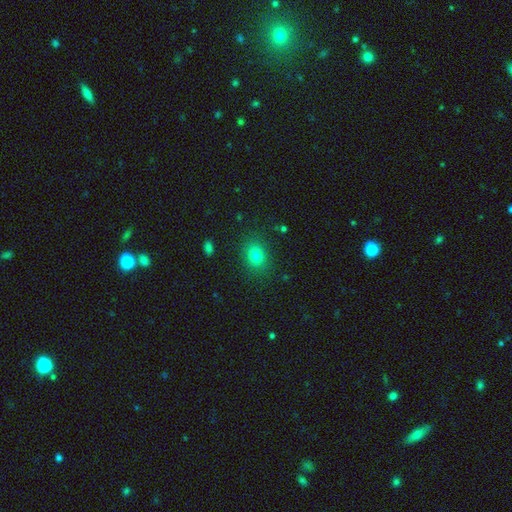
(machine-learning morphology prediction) A smooth galaxy with no disk features (79%) that is in between round and cigar-shaped (53%).

Vote fractions:
- Smooth or featured? smooth: 79% / star or artifact: 13% / featured or disk: 8%
- How rounded? in between: 53% / round: 46% / cigar-shaped: 1%
- Merging? none: 86% / minor disturbance: 10% / major disturbance: 3% / merger: 1%